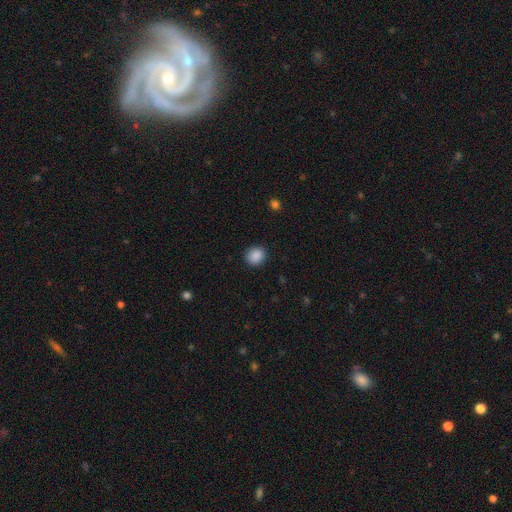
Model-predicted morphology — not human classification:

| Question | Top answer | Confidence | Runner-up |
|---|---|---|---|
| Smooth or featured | smooth | 89% | star or artifact (9%) |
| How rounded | round | 79% | in between (20%) |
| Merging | none | 90% | minor disturbance (7%) |